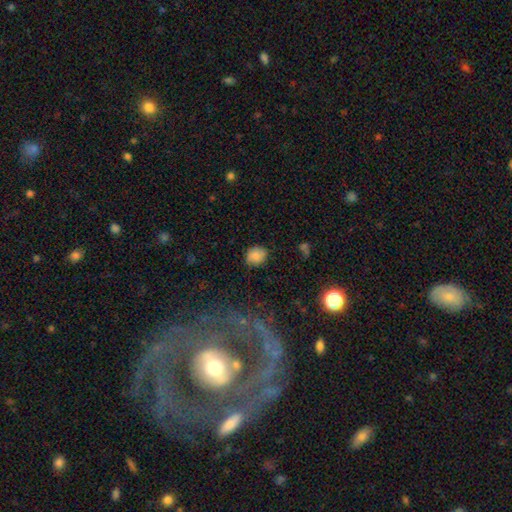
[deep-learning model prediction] Q: Smooth or featured?
A: smooth (82%); runner-up: star or artifact (9%)
Q: How rounded?
A: round (68%); runner-up: in between (31%)
Q: Merging?
A: none (78%); runner-up: minor disturbance (17%)